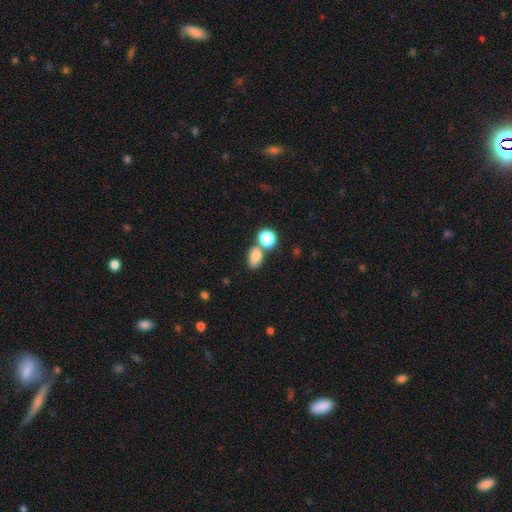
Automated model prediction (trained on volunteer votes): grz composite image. It shows a smooth galaxy with no disk features (81%) that is in between round and cigar-shaped (78%). Merging: none (55%).